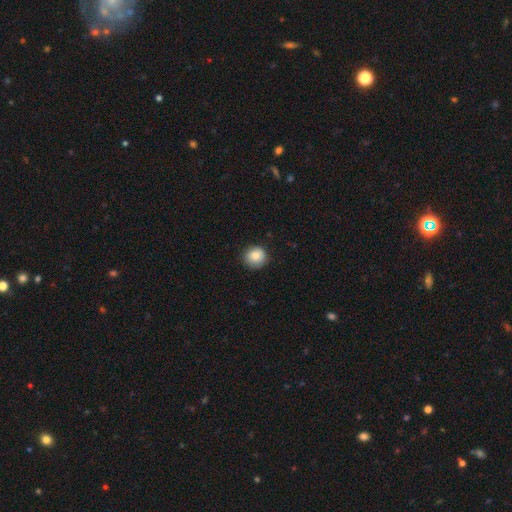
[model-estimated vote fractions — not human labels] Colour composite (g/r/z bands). It shows a smooth galaxy with no disk features (84%) that is round (91%). Merging: none (85%).